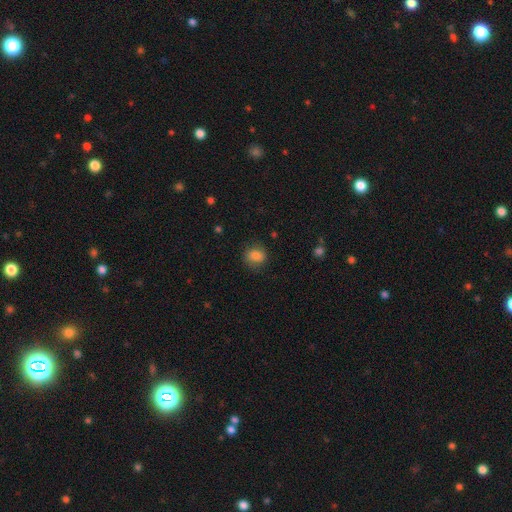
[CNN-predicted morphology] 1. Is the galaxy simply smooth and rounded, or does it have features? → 82% smooth, 10% star or artifact, 9% featured or disk.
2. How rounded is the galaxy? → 68% round, 31% in between, 1% cigar-shaped.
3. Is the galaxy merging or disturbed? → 80% none, 14% minor disturbance, 5% major disturbance, 1% merger.